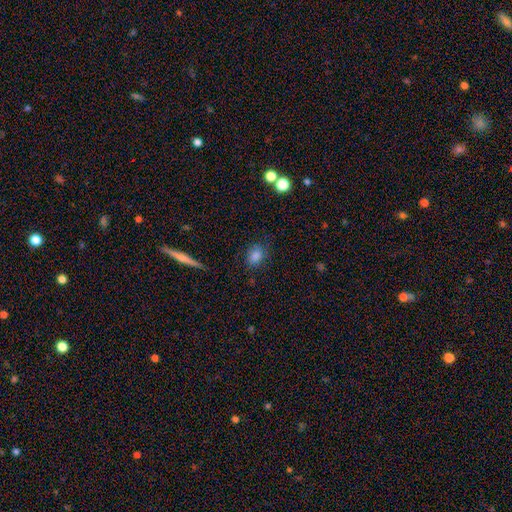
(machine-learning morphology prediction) smooth 82%, star or artifact 11%, featured or disk 7%. Down the decision tree: how rounded — in between (62%); merging — none (77%).